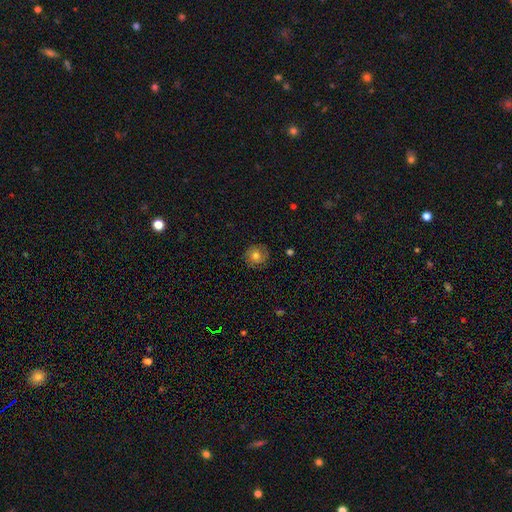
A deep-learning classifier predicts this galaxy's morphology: This appears to be a smooth galaxy with no disk features (51%) that is round (89%). Merging: none (84%).